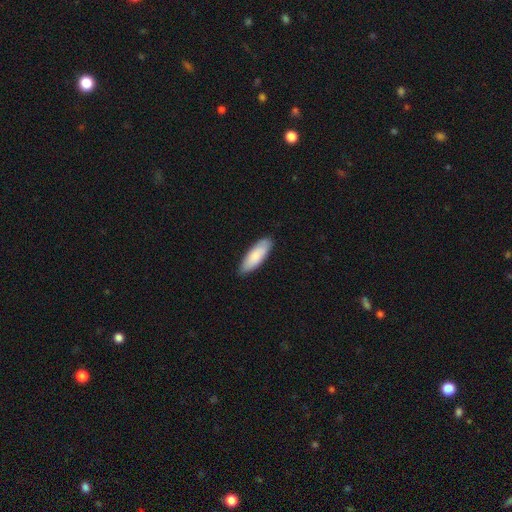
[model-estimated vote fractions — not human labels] Smooth or featured?
  - smooth: 82% *
  - featured or disk: 13%
  - star or artifact: 5%
How rounded?
  - in between: 63% *
  - cigar-shaped: 35%
  - round: 2%
Merging?
  - none: 85% *
  - minor disturbance: 12%
  - major disturbance: 2%
  - merger: 1%